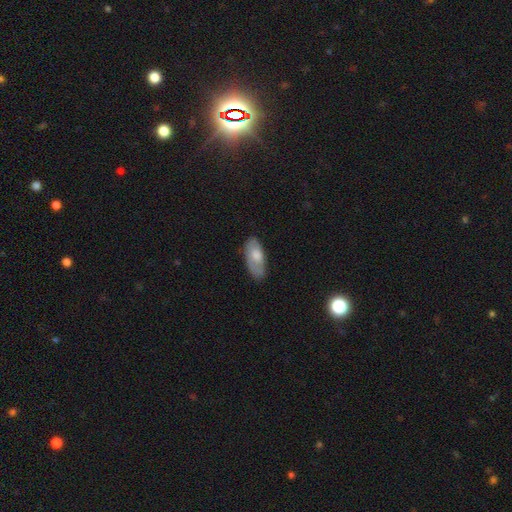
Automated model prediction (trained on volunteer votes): smooth 69%, featured or disk 25%, star or artifact 6%. Down the decision tree: how rounded — in between (88%); merging — none (68%).